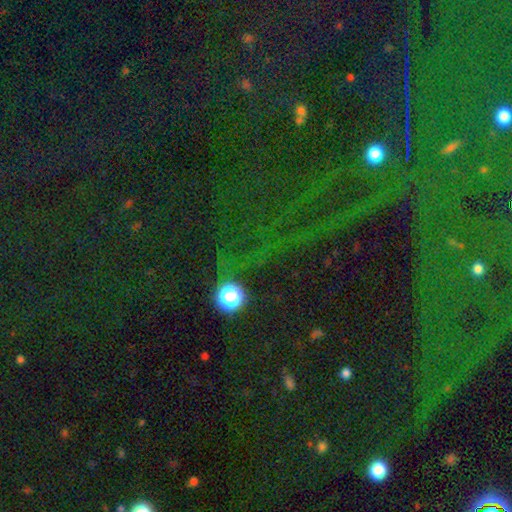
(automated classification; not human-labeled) smooth-or-featured: star or artifact: 71% | smooth: 20% | featured or disk: 9%